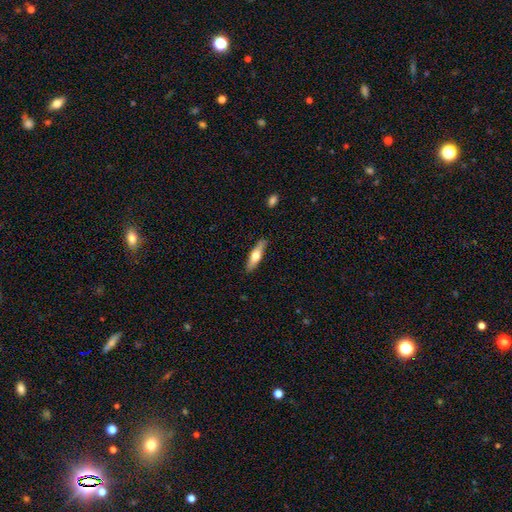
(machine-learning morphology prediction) The model was most divided on "smooth or featured": smooth: 57%, featured or disk: 38%, star or artifact: 5%. More confident: merging — none (87%); how rounded — cigar-shaped (71%).